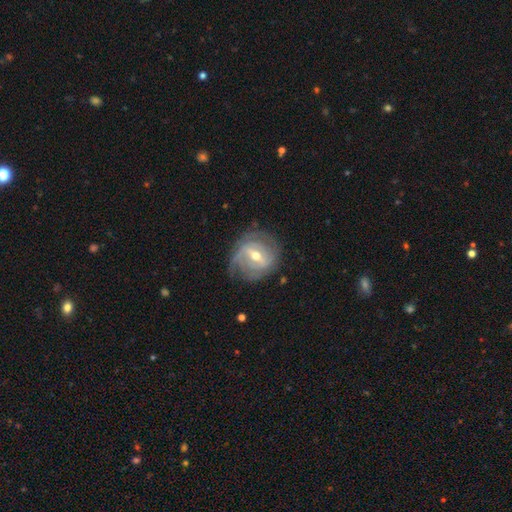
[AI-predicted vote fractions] This appears to be a featured or disk galaxy (84%) with a weak bar (44%), 2 (37%) tight (58%) spiral arms (90%) and a moderate central bulge (64%). Merging: none (70%).